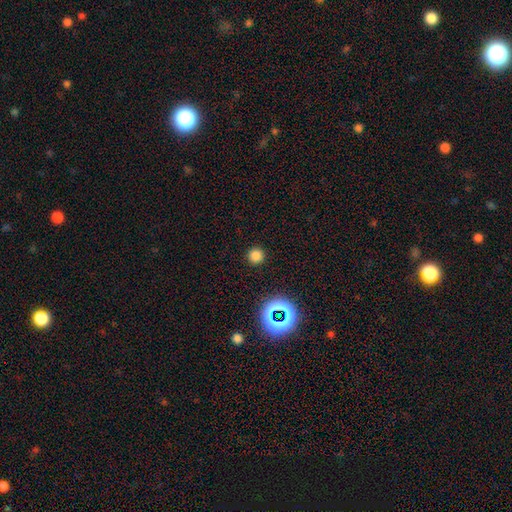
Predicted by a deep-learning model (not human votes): Overall: smooth (76%). How rounded: round (95%). Merging: none (91%).